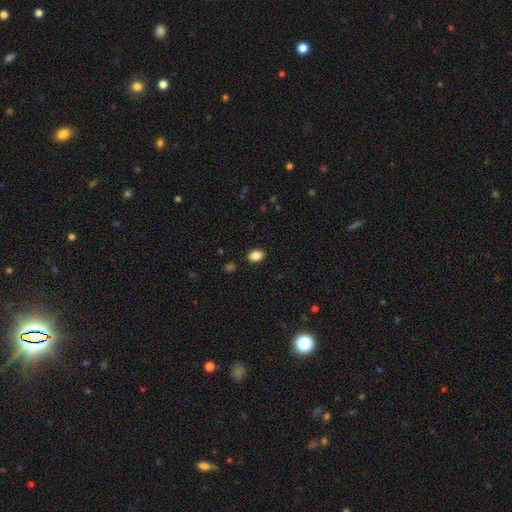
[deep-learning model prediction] smooth_or_featured: smooth (p=0.87) [alt: star or artifact p=0.09]
how_rounded: in between (p=0.77) [alt: round p=0.22]
merging: none (p=0.89) [alt: minor disturbance p=0.08]